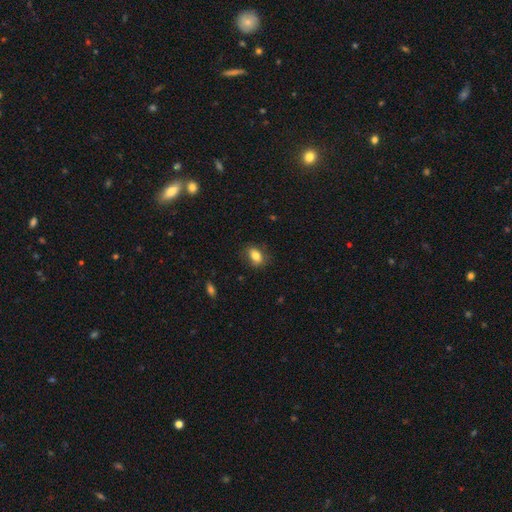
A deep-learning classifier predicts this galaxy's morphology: This is clearly a smooth galaxy (80%). How rounded: likely in between (80%). Merging: likely none (79%).